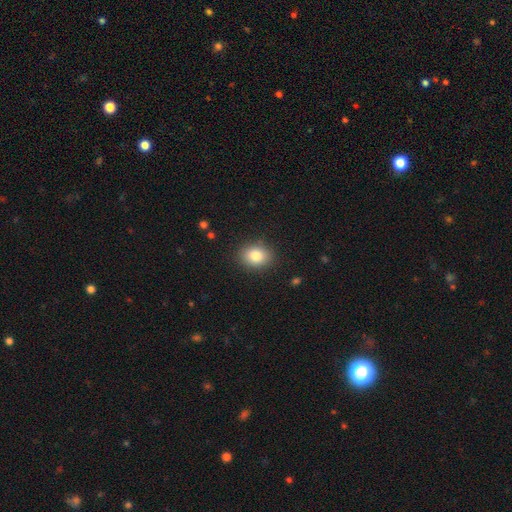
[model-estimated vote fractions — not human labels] This is clearly a smooth galaxy (83%). How rounded: possibly in between (51%). Merging: clearly none (87%).